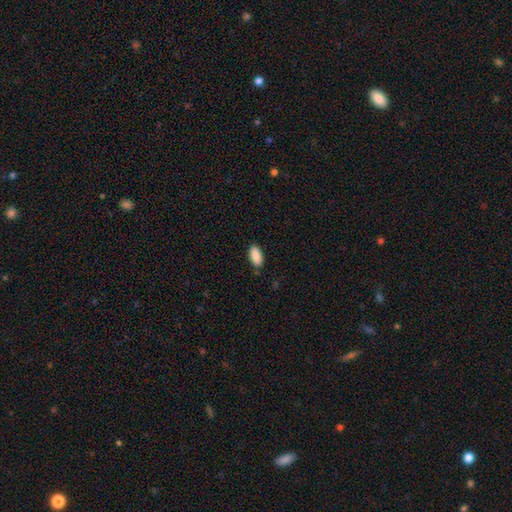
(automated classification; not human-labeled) This appears to be a smooth galaxy with no disk features (89%) that is in between round and cigar-shaped (88%). Merging: none (85%).